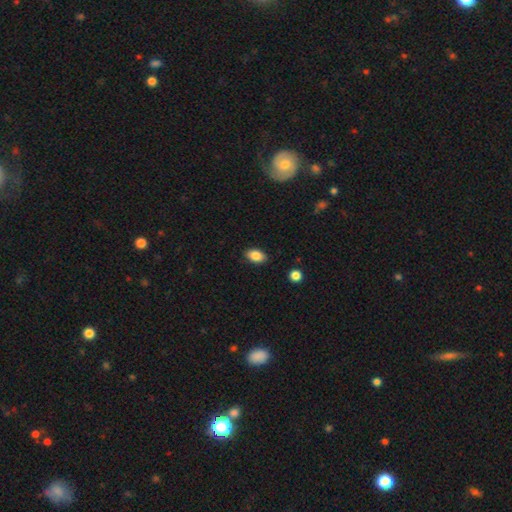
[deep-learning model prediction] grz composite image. It shows a smooth galaxy with no disk features (86%) that is in between round and cigar-shaped (89%). Merging: none (88%).